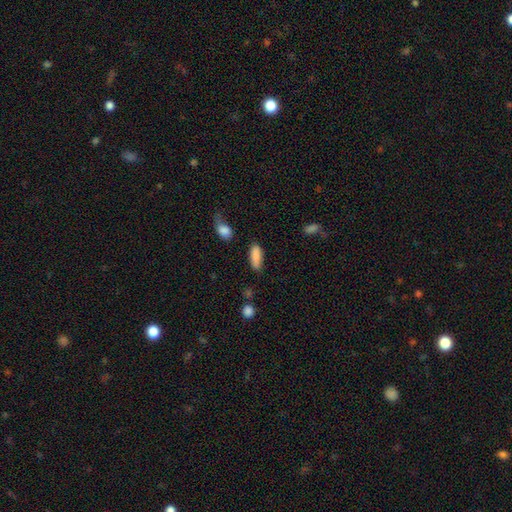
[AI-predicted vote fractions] The model was most divided on "how rounded": in between: 70%, cigar-shaped: 27%, round: 2%. More confident: smooth or featured — smooth (87%); merging — none (74%).